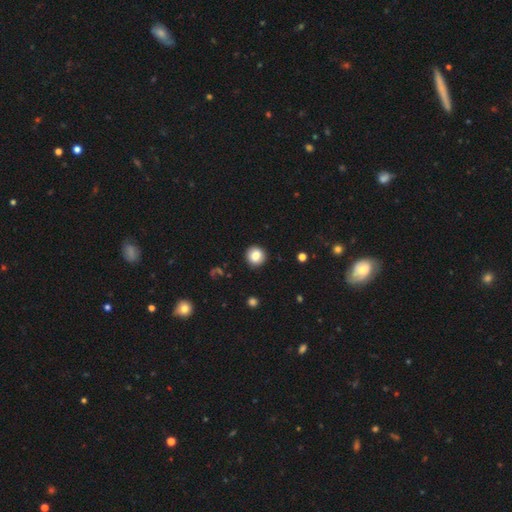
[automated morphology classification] smooth_or_featured: smooth (p=0.84) [alt: star or artifact p=0.10]
how_rounded: round (p=0.93) [alt: in between p=0.06]
merging: none (p=0.91) [alt: minor disturbance p=0.06]